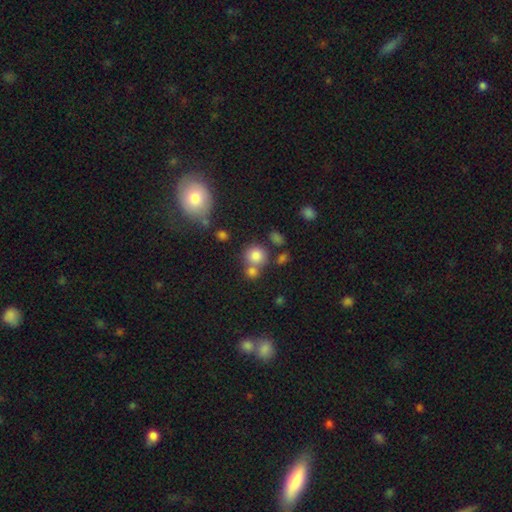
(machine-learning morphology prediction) Smooth or featured? Predicted: smooth (p=0.80). How rounded? Predicted: round (p=0.87). Merging? Predicted: none (p=0.56).